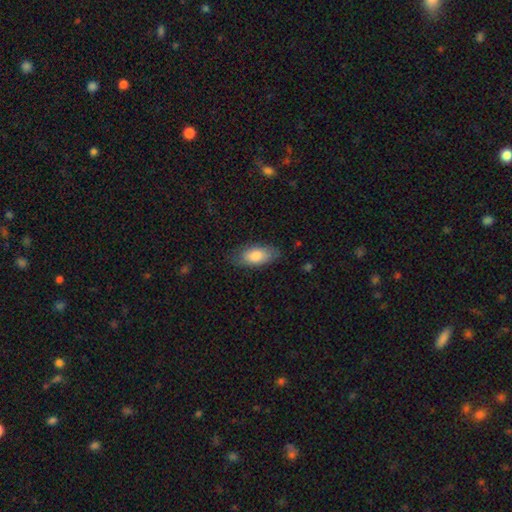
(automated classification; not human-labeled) Smooth or featured? smooth (80%)
How rounded? in between (89%)
Merging? none (74%)